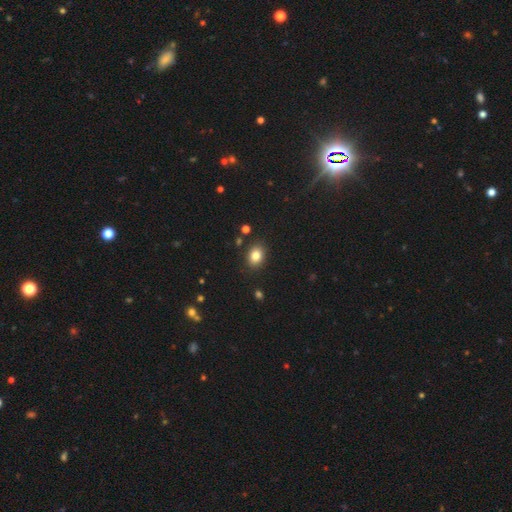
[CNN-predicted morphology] This is clearly a smooth galaxy (83%). How rounded: likely in between (62%). Merging: clearly none (87%).